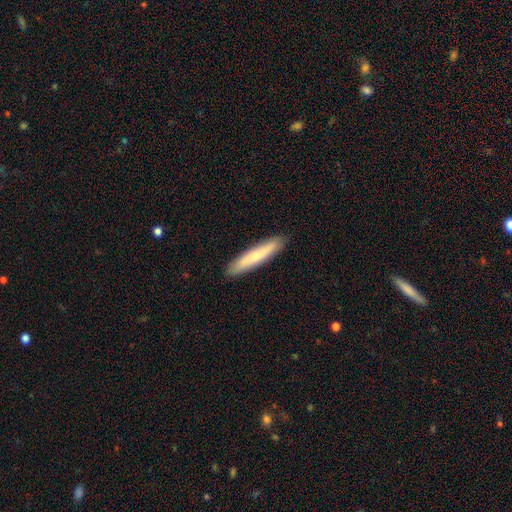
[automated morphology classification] Smooth or featured?
  - smooth: 67% *
  - featured or disk: 28%
  - star or artifact: 5%
How rounded?
  - cigar-shaped: 90% *
  - in between: 9%
  - round: 1%
Merging?
  - none: 90% *
  - minor disturbance: 7%
  - major disturbance: 1%
  - merger: 1%